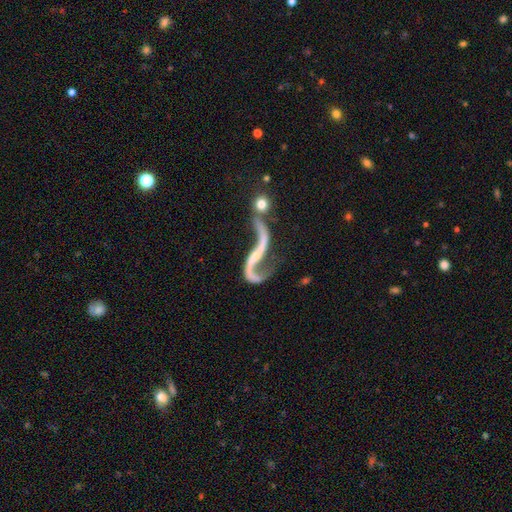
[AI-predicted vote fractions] Overall: featured or disk (84%). Edge-on disk: no (88%). Bar: no (41%; weak 31%). Spiral arms: yes (88%). Spiral arm count: 2 (82%). Spiral winding: loose (92%). Bulge size: small (52%; none 32%). Merging: none (35%; merger 25%).